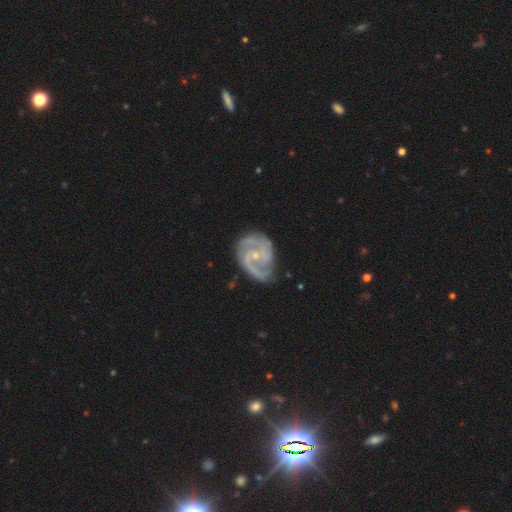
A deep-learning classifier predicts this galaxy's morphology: This appears to be a featured or disk galaxy (90%) with no bar (56%), 2 (66%) medium (52%) spiral arms (98%) and a small central bulge (75%). Merging: none (65%).